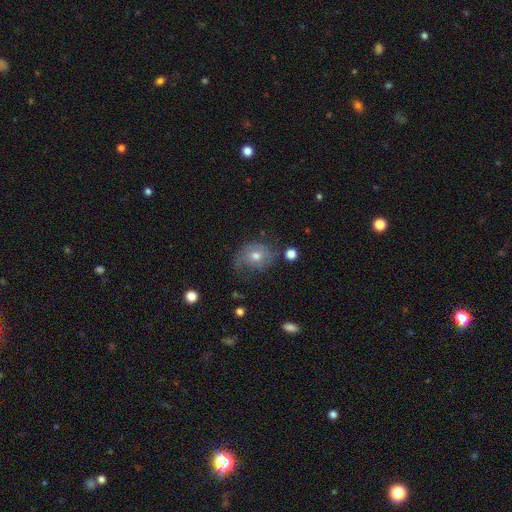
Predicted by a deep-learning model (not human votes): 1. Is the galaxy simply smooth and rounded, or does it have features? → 45% smooth, 44% featured or disk, 11% star or artifact.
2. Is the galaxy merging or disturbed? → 48% none, 29% minor disturbance, 21% major disturbance, 3% merger.